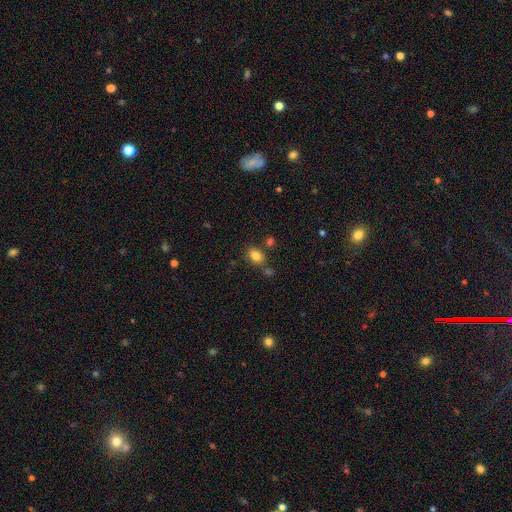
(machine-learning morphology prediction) smooth-or-featured: smooth: 82% | star or artifact: 11% | featured or disk: 7%
  how-rounded: in between: 76% | round: 22% | cigar-shaped: 1%
  merging: none: 74% | minor disturbance: 13% | merger: 10% | major disturbance: 4%